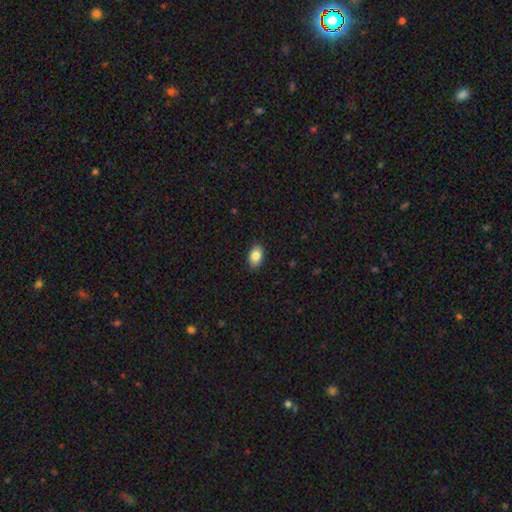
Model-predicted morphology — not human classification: type=smooth (85%); roundness=in between (88%); merging=none (88%).